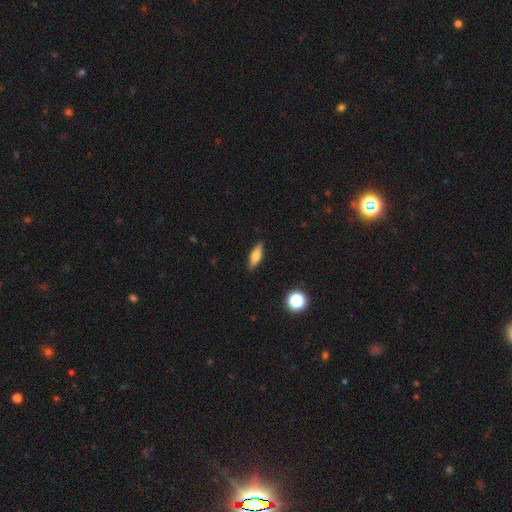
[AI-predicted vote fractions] A smooth galaxy with no disk features (64%) that is in between round and cigar-shaped (54%). Merging: none (88%).